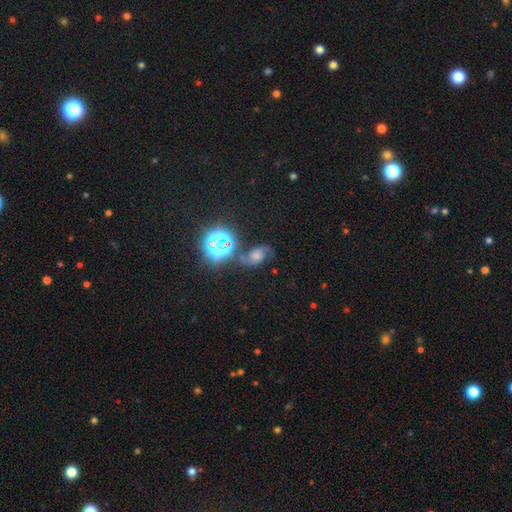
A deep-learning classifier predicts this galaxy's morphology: smooth_or_featured: featured or disk (p=0.46) [alt: smooth p=0.29]
merging: none (p=0.56) [alt: minor disturbance p=0.22]